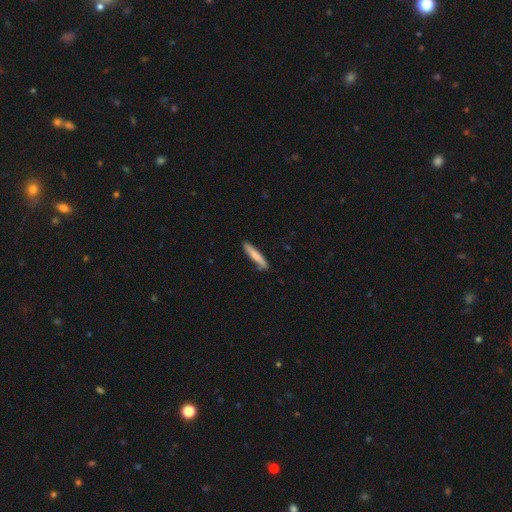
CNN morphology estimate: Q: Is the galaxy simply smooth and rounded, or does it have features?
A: smooth — 77%.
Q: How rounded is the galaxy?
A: cigar-shaped — 92%.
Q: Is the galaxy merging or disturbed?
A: none — 83%.